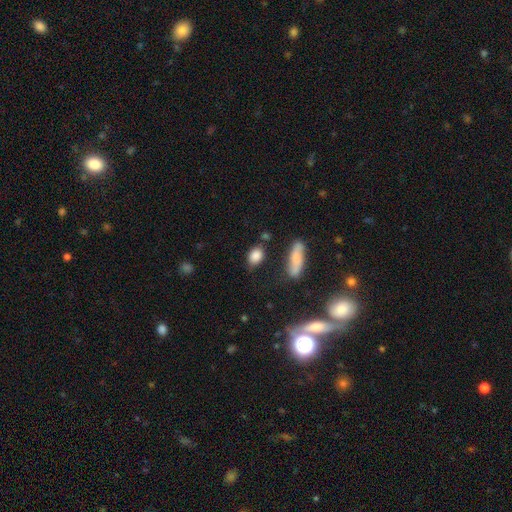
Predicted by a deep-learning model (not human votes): Smooth or featured: smooth — 84% (star or artifact — 9%)
How rounded: in between — 69% (round — 28%)
Merging: none — 68% (minor disturbance — 20%)